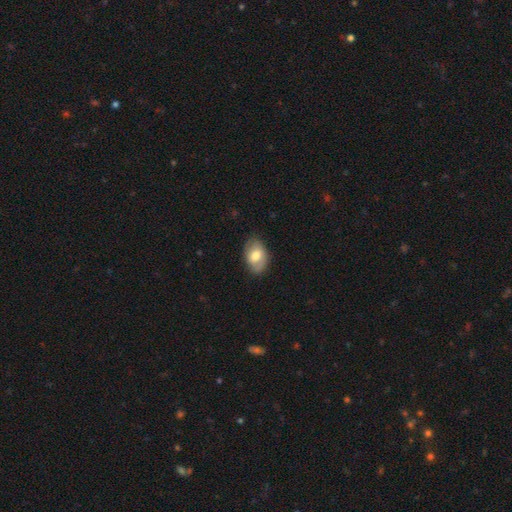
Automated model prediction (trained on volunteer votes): A smooth galaxy with no disk features (66%) that is in between round and cigar-shaped (87%).

Vote fractions:
- Smooth or featured? smooth: 66% / featured or disk: 28% / star or artifact: 7%
- How rounded? in between: 87% / round: 11% / cigar-shaped: 1%
- Merging? none: 78% / minor disturbance: 17% / major disturbance: 4% / merger: 1%